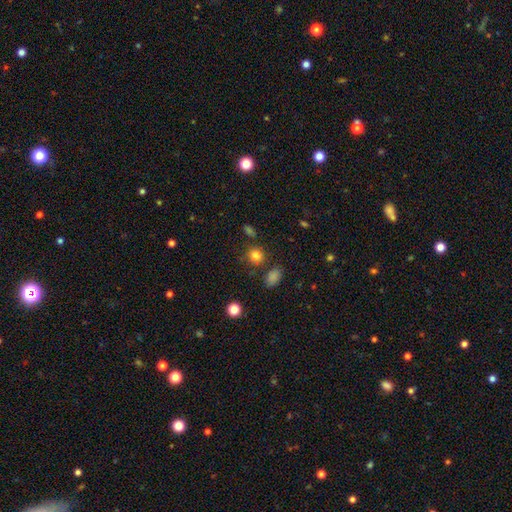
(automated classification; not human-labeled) Smooth or featured: smooth — 81% (star or artifact — 14%)
How rounded: round — 84% (in between — 15%)
Merging: none — 77% (minor disturbance — 12%)